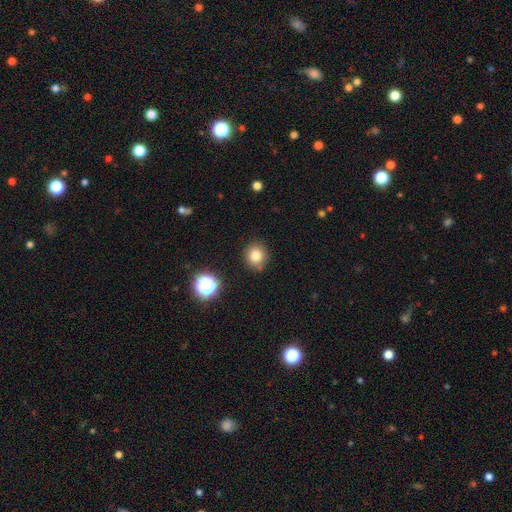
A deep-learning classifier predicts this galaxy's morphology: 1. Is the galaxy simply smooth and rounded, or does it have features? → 80% smooth, 13% star or artifact, 7% featured or disk.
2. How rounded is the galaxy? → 86% round, 13% in between, 1% cigar-shaped.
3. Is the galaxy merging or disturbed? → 87% none, 9% minor disturbance, 2% major disturbance, 2% merger.